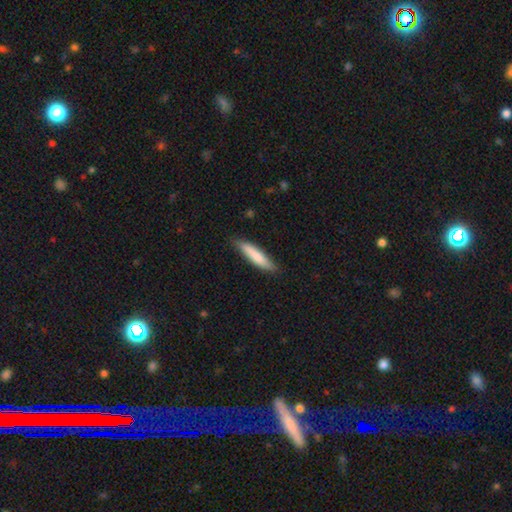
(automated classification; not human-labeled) smooth 77%, featured or disk 18%, star or artifact 5%. Down the decision tree: how rounded — cigar-shaped (85%); merging — none (83%).